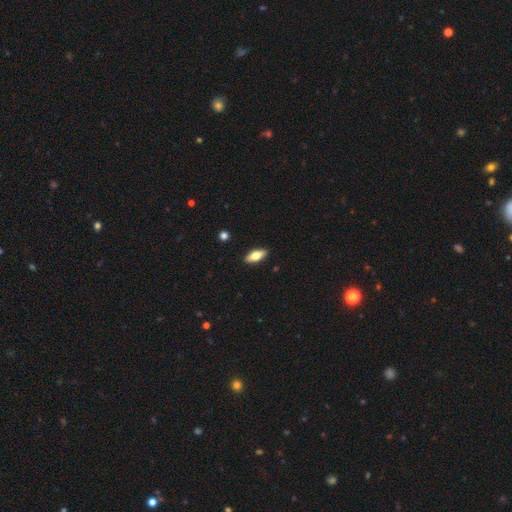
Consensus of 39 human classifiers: Smooth or featured? 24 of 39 (62%) said smooth. How rounded? 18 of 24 (75%) said in between. Merging? 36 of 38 (95%) said none.